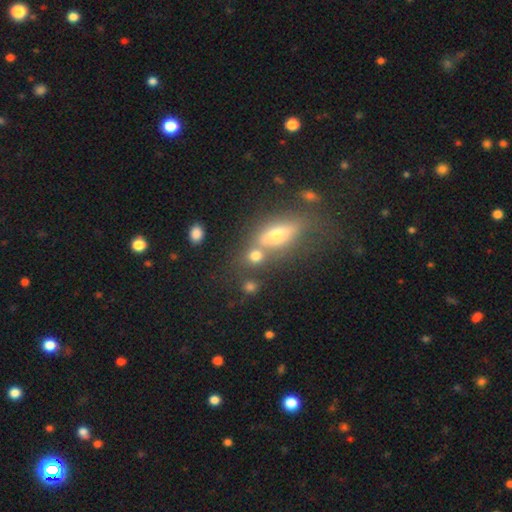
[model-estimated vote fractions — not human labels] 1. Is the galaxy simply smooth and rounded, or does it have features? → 72% smooth, 15% star or artifact, 13% featured or disk.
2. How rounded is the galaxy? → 63% round, 32% in between, 6% cigar-shaped.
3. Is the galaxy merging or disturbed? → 53% none, 32% merger, 9% minor disturbance, 5% major disturbance.